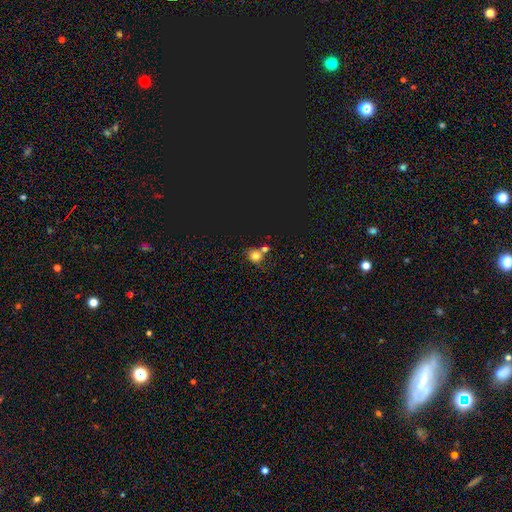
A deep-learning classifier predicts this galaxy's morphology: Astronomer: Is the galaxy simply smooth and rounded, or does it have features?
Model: smooth — 70%.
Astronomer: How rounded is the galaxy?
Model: round — 79%.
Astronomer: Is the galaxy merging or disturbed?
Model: none — 51% (runner-up: merger, 33%).